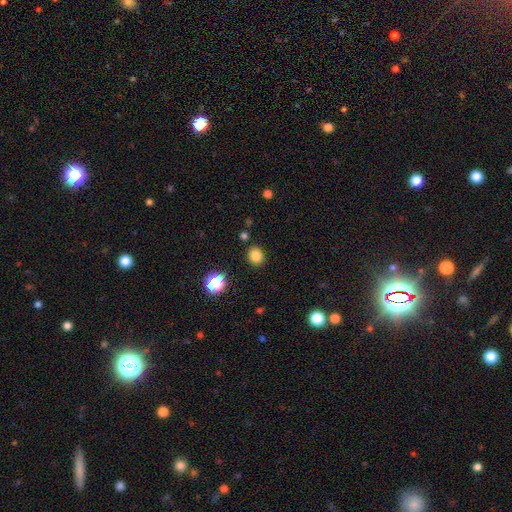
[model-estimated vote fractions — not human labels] smooth_or_featured: smooth (p=0.82) [alt: star or artifact p=0.13]
how_rounded: round (p=0.71) [alt: in between p=0.28]
merging: none (p=0.87) [alt: minor disturbance p=0.08]